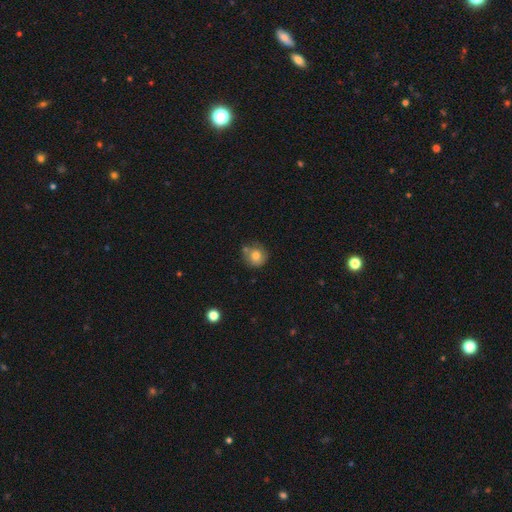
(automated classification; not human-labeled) Q: Smooth or featured?
A: smooth (75%); runner-up: featured or disk (15%)
Q: How rounded?
A: round (87%); runner-up: in between (12%)
Q: Merging?
A: none (63%); runner-up: minor disturbance (18%)